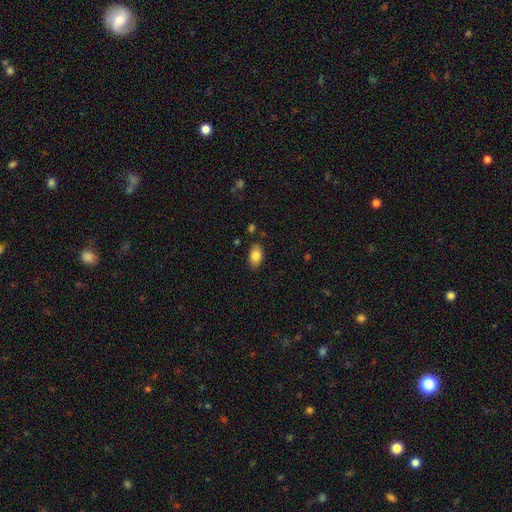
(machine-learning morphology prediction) Smooth or featured? smooth (84%)
How rounded? in between (91%)
Merging? none (83%)